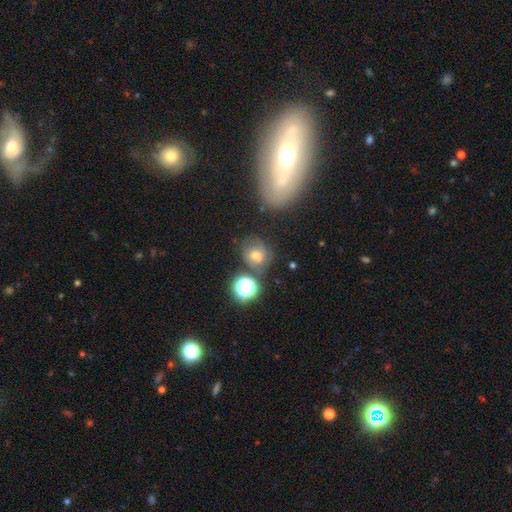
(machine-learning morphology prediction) Overall: smooth (61%; star or artifact 22%). How rounded: round (79%). Merging: none (67%).